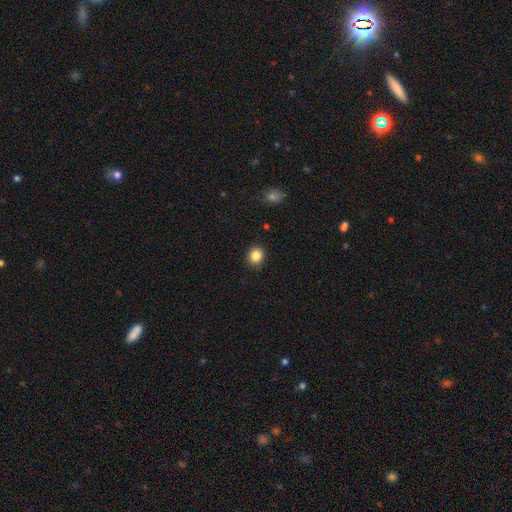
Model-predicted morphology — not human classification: Smooth or featured?
  - smooth: 85% *
  - star or artifact: 10%
  - featured or disk: 4%
How rounded?
  - round: 79% *
  - in between: 20%
  - cigar-shaped: 1%
Merging?
  - none: 91% *
  - minor disturbance: 6%
  - major disturbance: 2%
  - merger: 1%